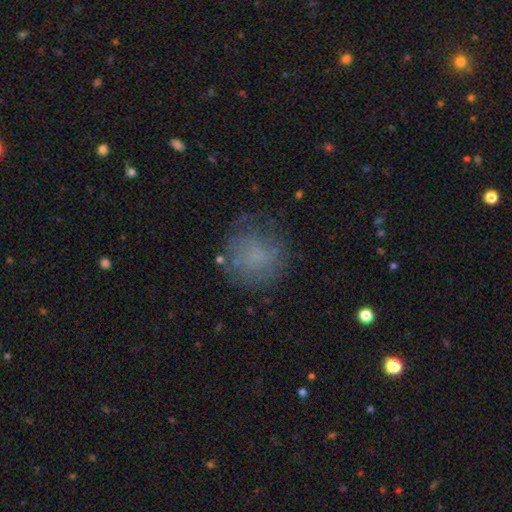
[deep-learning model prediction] smooth_or_featured: smooth (p=0.65) [alt: featured or disk p=0.20]
how_rounded: round (p=0.84) [alt: in between p=0.15]
merging: none (p=0.67) [alt: minor disturbance p=0.19]